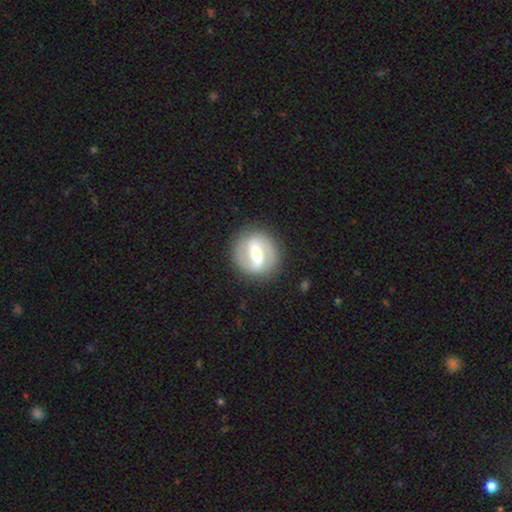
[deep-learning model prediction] A featured or disk galaxy (77%) with a strong bar (61%), 2 (88%) medium (45%) spiral arms (84%) and a moderate central bulge (47%). Merging: none (84%).